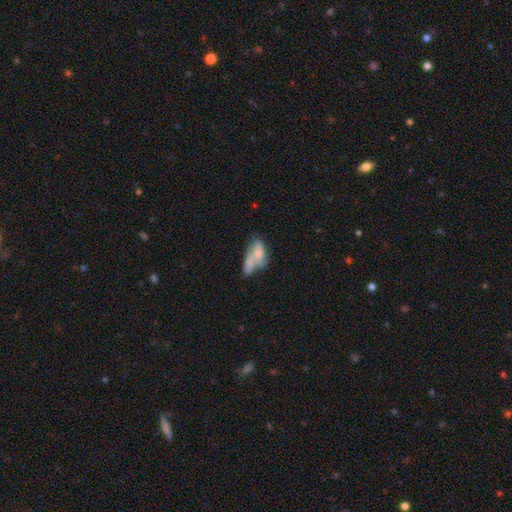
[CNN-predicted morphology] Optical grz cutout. It shows a smooth galaxy with no disk features (62%) that is in between round and cigar-shaped (81%). Merging: merger (51%).